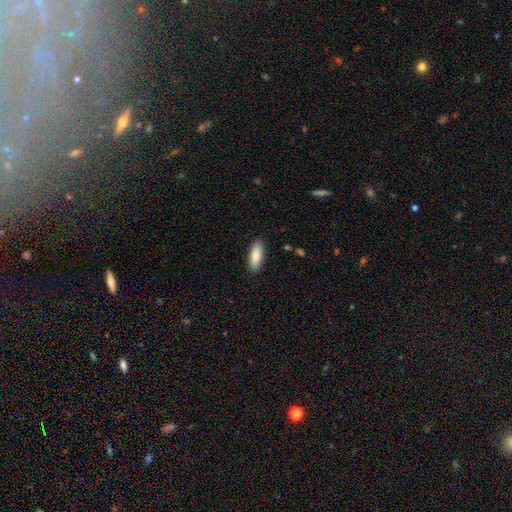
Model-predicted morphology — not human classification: Q: Smooth or featured?
A: smooth (85%); runner-up: featured or disk (9%)
Q: How rounded?
A: in between (66%); runner-up: cigar-shaped (33%)
Q: Merging?
A: none (89%); runner-up: minor disturbance (8%)